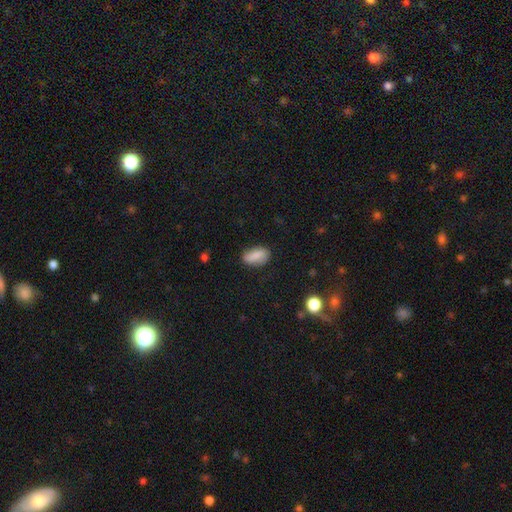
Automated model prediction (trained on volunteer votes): Smooth or featured? Predicted: smooth (p=0.79). How rounded? Predicted: in between (p=0.89). Merging? Predicted: none (p=0.76).